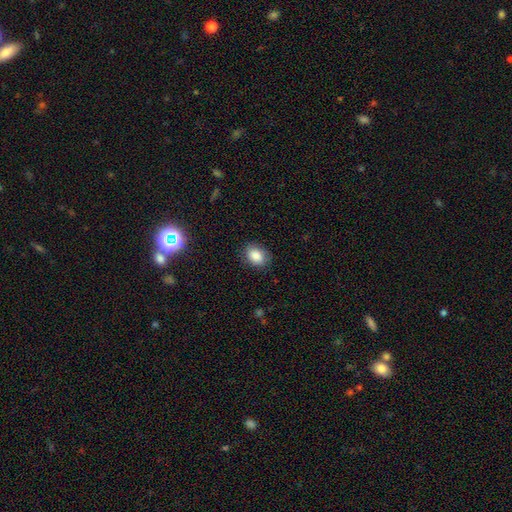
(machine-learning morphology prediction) Smooth or featured?
  - smooth: 87% *
  - star or artifact: 8%
  - featured or disk: 5%
How rounded?
  - in between: 69% *
  - round: 30%
  - cigar-shaped: 1%
Merging?
  - none: 83% *
  - minor disturbance: 13%
  - major disturbance: 3%
  - merger: 1%